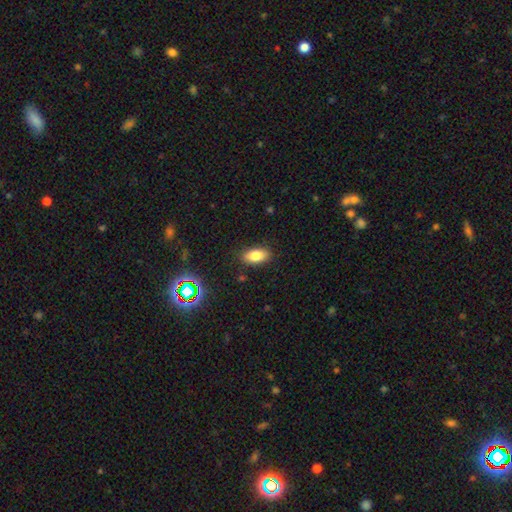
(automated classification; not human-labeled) The model was most divided on "smooth or featured": smooth: 81%, star or artifact: 10%, featured or disk: 10%. More confident: how rounded — in between (89%); merging — none (87%).